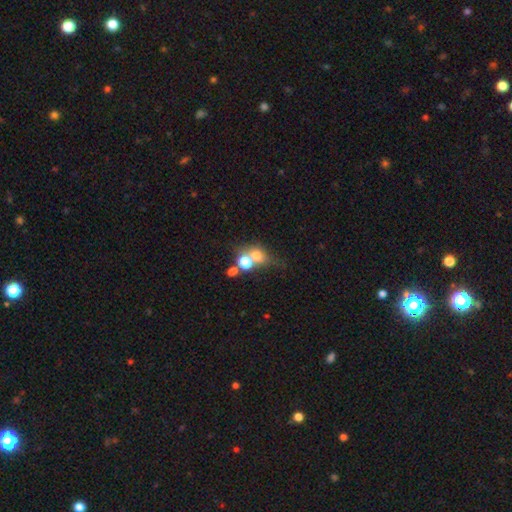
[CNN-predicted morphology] A smooth galaxy with no disk features (64%) that is round (63%).

Vote fractions:
- Smooth or featured? smooth: 64% / star or artifact: 19% / featured or disk: 18%
- How rounded? round: 63% / in between: 35% / cigar-shaped: 2%
- Merging? merger: 46% / none: 35% / minor disturbance: 10% / major disturbance: 8%